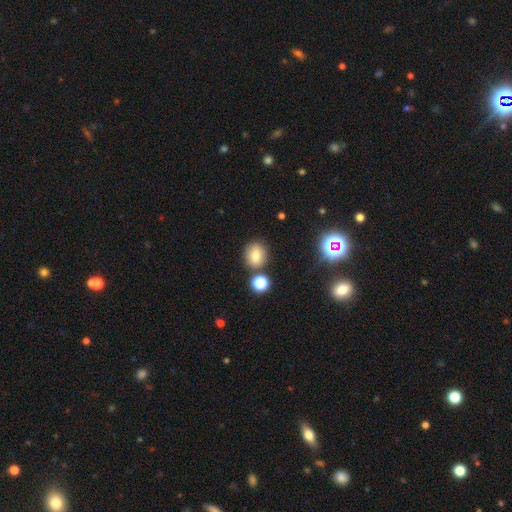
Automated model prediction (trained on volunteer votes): smooth-or-featured: smooth: 74% | star or artifact: 14% | featured or disk: 11%
  how-rounded: round: 77% | in between: 21% | cigar-shaped: 1%
  merging: none: 77% | minor disturbance: 10% | merger: 10% | major disturbance: 3%